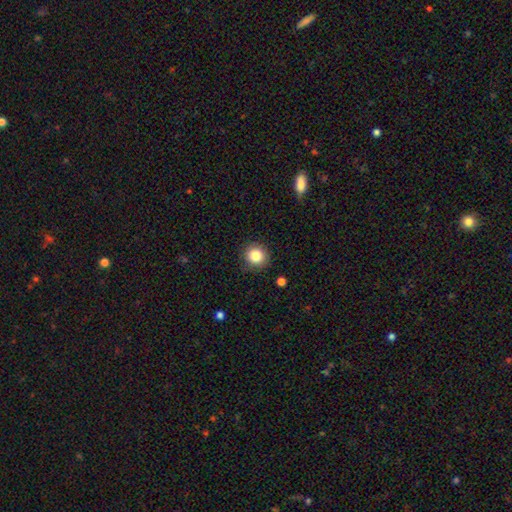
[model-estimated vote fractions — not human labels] This appears to be a smooth galaxy with no disk features (84%) that is round (91%). Merging: none (88%).